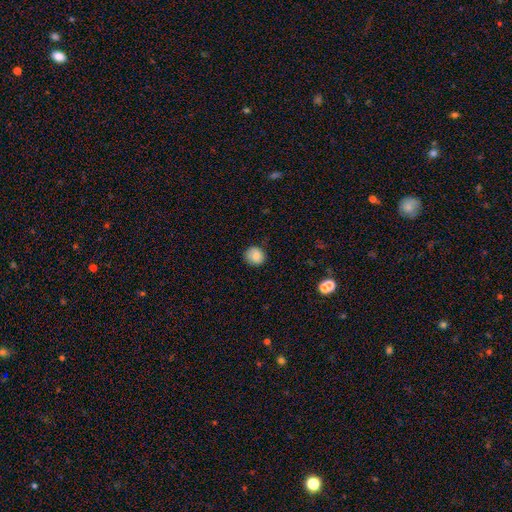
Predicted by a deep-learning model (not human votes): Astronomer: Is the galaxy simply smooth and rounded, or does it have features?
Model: smooth — 85%.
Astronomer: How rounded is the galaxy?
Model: round — 87%.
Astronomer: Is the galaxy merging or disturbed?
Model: none — 85%.